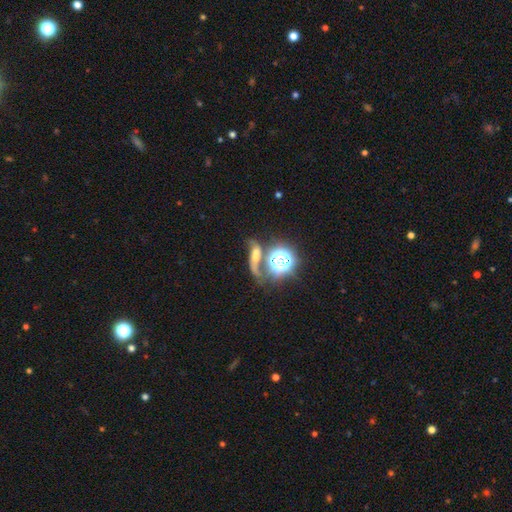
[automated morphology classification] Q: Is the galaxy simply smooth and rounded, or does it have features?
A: featured or disk — 37%.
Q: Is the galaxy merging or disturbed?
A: none — 34%.